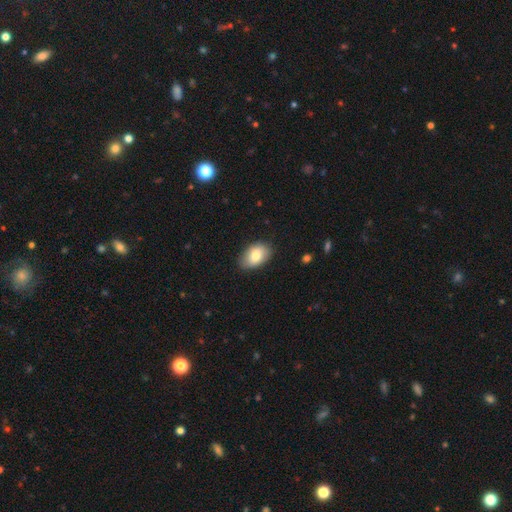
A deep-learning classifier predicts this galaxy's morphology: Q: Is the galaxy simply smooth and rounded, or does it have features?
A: smooth — 79%.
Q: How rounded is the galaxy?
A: in between — 90%.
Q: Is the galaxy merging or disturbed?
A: none — 83%.